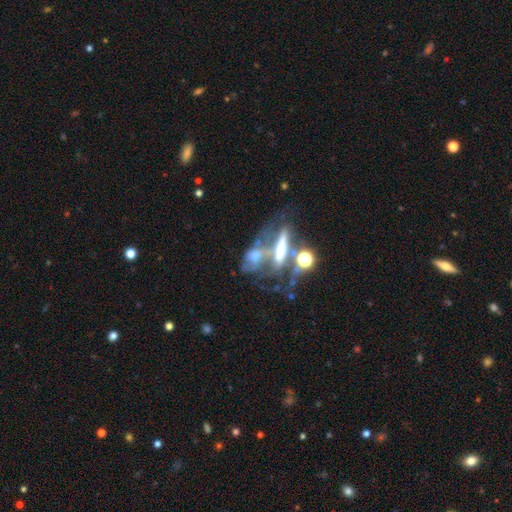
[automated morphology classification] This is possibly a featured or disk galaxy (60%). It is likely not viewed edge-on (64%). Merging: possibly merger (55%).